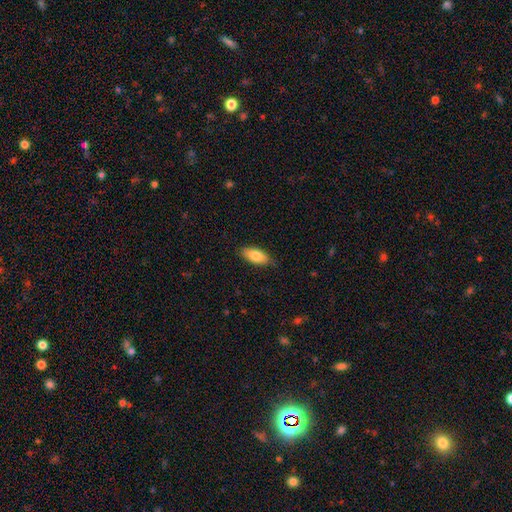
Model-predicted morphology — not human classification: smooth_or_featured: smooth (p=0.81) [alt: featured or disk p=0.12]
how_rounded: in between (p=0.86) [alt: cigar-shaped p=0.11]
merging: none (p=0.82) [alt: minor disturbance p=0.15]